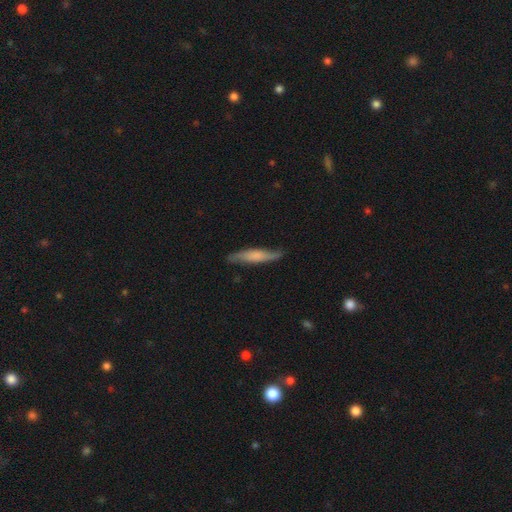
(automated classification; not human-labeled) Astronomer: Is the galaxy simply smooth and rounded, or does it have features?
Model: smooth — 48% (runner-up: featured or disk, 47%).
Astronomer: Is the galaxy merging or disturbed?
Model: none — 77%.